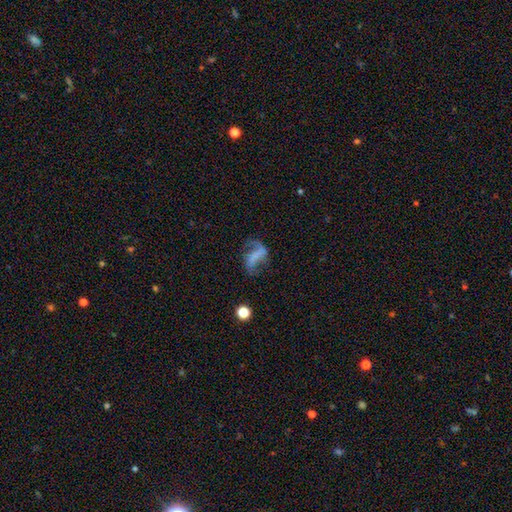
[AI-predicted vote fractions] This is likely a featured or disk galaxy (62%). It is clearly not viewed edge-on (95%). Bar: marginally strong (45%). Spiral arm pattern: likely yes (75%). Central bulge: likely none (72%). Merging: possibly none (50%).